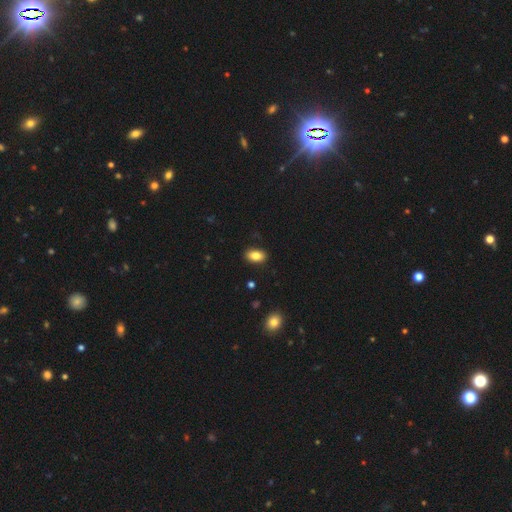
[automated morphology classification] smooth 84%, star or artifact 8%, featured or disk 8%. Down the decision tree: how rounded — in between (90%); merging — none (88%).